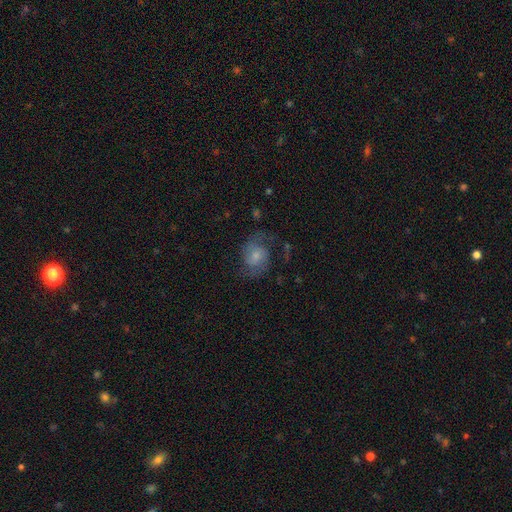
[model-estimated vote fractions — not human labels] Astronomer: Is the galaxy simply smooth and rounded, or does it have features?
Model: featured or disk — 64%.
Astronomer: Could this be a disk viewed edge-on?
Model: no — 98%.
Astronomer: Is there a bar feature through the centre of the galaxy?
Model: no — 53% (runner-up: weak, 40%).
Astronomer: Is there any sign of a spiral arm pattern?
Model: yes — 90%.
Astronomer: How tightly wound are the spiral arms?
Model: medium — 49% (runner-up: loose, 34%).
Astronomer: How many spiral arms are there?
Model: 2 — 83%.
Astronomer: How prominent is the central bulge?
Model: small — 47% (runner-up: moderate, 37%).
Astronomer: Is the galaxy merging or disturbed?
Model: none — 60%.